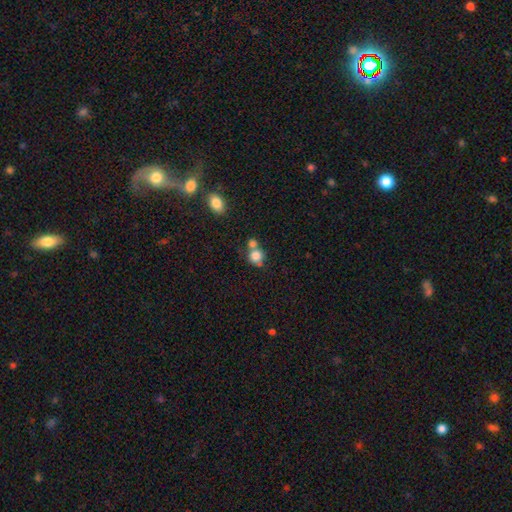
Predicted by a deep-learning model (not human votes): Smooth or featured? smooth (80%)
How rounded? round (82%)
Merging? none (45%)